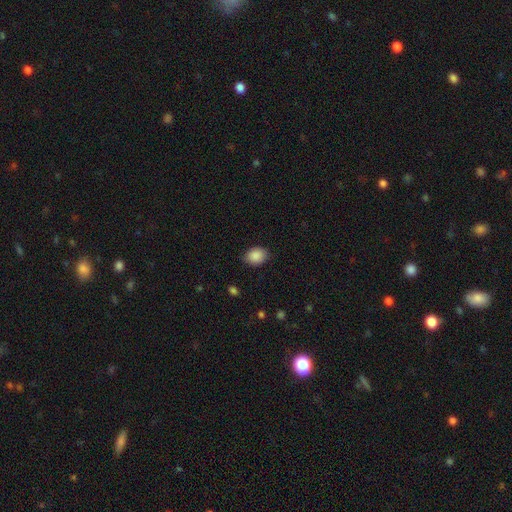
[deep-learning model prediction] Smooth or featured? Predicted: smooth (p=0.89). How rounded? Predicted: in between (p=0.63). Merging? Predicted: none (p=0.84).